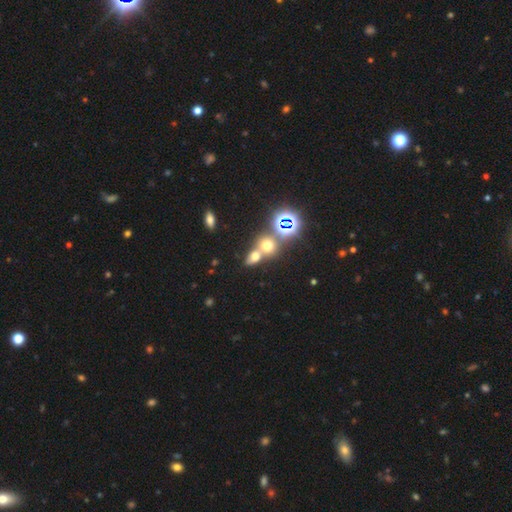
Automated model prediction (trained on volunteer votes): Smooth or featured? Predicted: smooth (p=0.55). How rounded? Predicted: round (p=0.57). Merging? Predicted: merger (p=0.53).